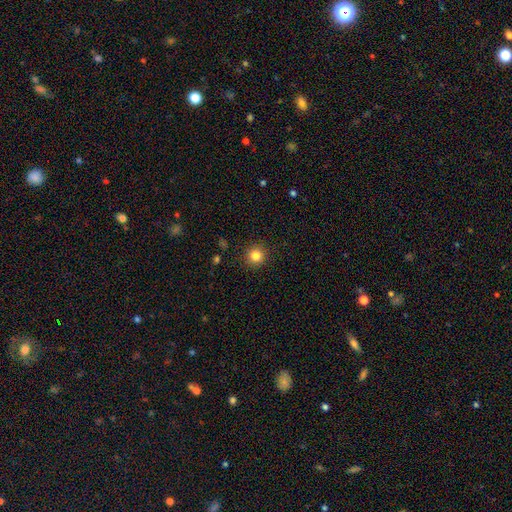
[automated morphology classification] The model was most divided on "smooth or featured": smooth: 83%, star or artifact: 12%, featured or disk: 5%. More confident: how rounded — round (93%); merging — none (91%).